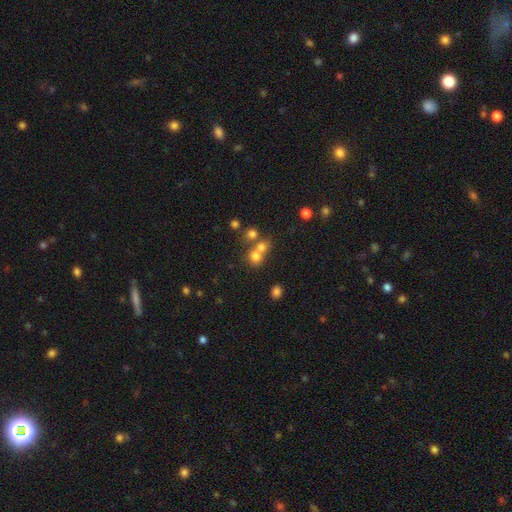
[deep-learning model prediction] smooth 71%, star or artifact 17%, featured or disk 12%. Down the decision tree: how rounded — round (82%); merging — merger (46%).